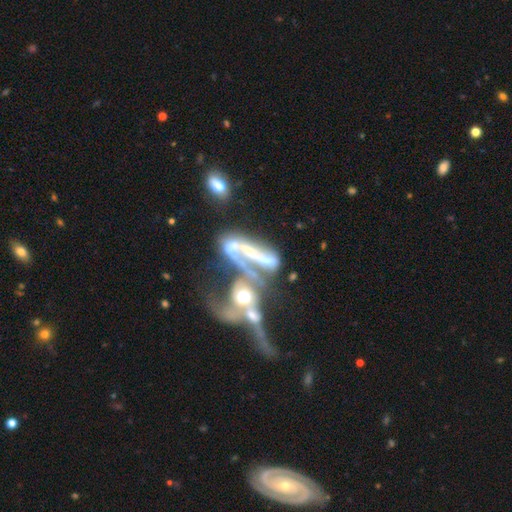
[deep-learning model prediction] This is likely a featured or disk galaxy (72%). It is clearly not viewed edge-on (87%). Bar: possibly no (58%). Spiral arm pattern: possibly yes (56%). Central bulge: marginally moderate (37%). Merging: likely merger (64%).